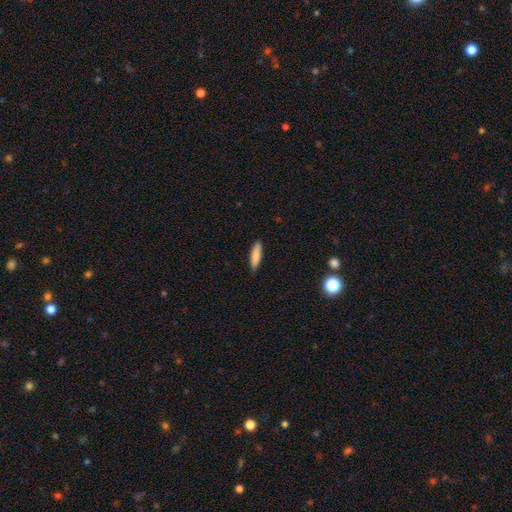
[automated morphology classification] A smooth galaxy with no disk features (83%) that is cigar-shaped (72%). Merging: none (87%).